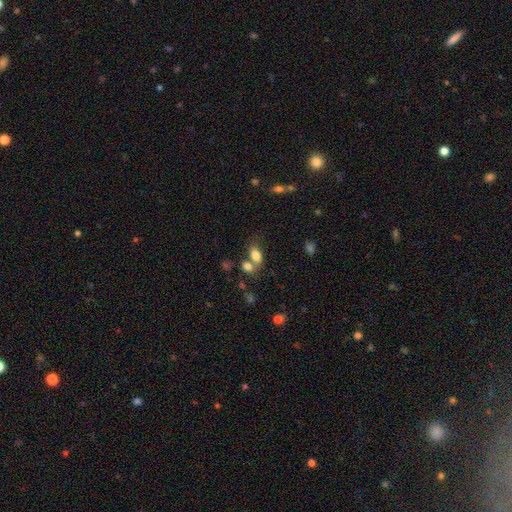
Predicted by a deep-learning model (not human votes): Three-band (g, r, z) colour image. It shows a smooth galaxy with no disk features (79%) that is in between round and cigar-shaped (86%). Merging: none (41%).